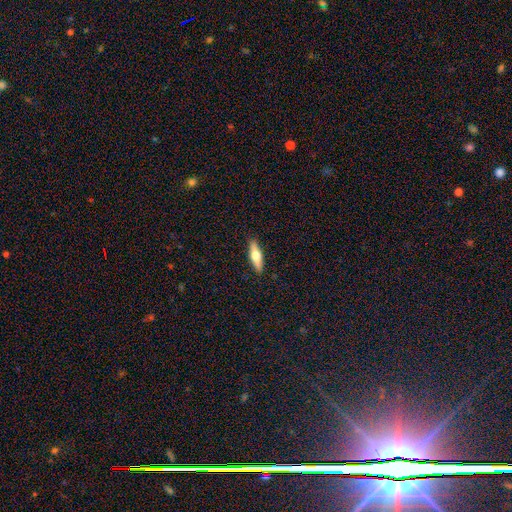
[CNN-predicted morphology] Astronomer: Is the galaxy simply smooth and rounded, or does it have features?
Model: smooth — 50% (runner-up: featured or disk, 44%).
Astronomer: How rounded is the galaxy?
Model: cigar-shaped — 61% (runner-up: in between, 37%).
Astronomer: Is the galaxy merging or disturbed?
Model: none — 89%.